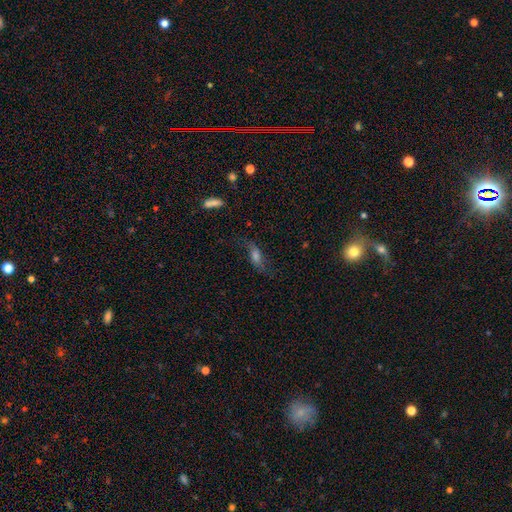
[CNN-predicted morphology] Smooth or featured?
  - featured or disk: 50% *
  - smooth: 35%
  - star or artifact: 15%
Merging?
  - none: 63% *
  - minor disturbance: 19%
  - major disturbance: 16%
  - merger: 3%